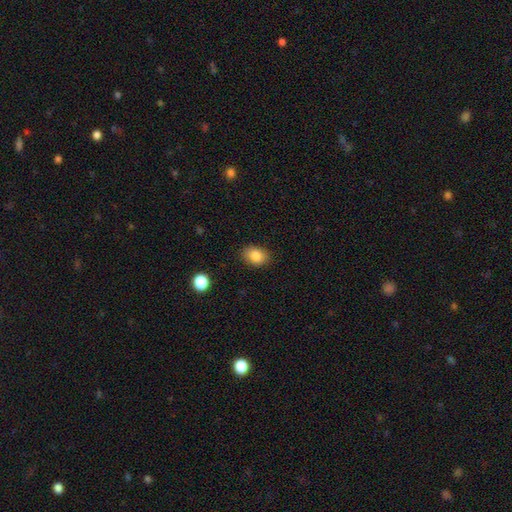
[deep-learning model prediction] smooth_or_featured: smooth (p=0.84) [alt: star or artifact p=0.09]
how_rounded: in between (p=0.77) [alt: round p=0.22]
merging: none (p=0.86) [alt: minor disturbance p=0.10]